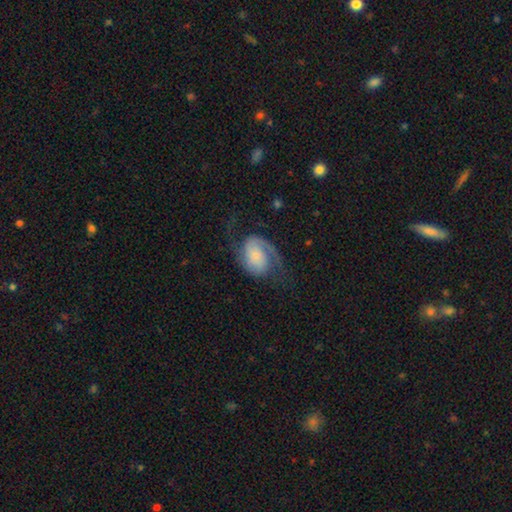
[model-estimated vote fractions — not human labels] The model was most divided on "spiral winding": medium: 45%, loose: 36%, tight: 19%. Remaining: edge-on disk — no (98%); spiral arms — yes (95%); spiral arm count — 2 (85%); smooth or featured — featured or disk (77%); bar — no (64%); merging — none (61%); bulge size — small (44%).